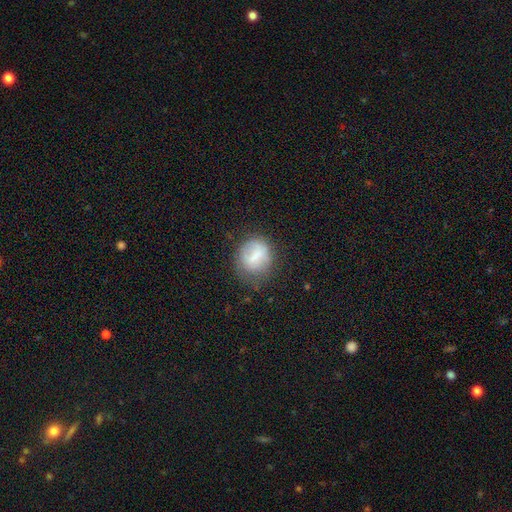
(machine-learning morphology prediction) Overall: smooth (64%; featured or disk 27%). How rounded: round (69%; in between 30%). Merging: none (55%; minor disturbance 27%).